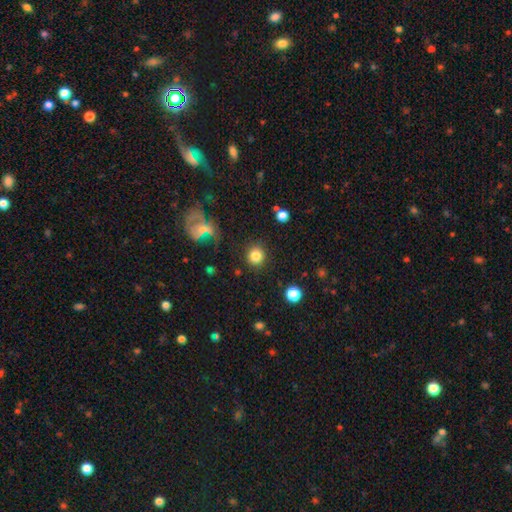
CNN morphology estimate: smooth_or_featured: smooth (p=0.83) [alt: star or artifact p=0.11]
how_rounded: round (p=0.89) [alt: in between p=0.10]
merging: none (p=0.88) [alt: minor disturbance p=0.07]